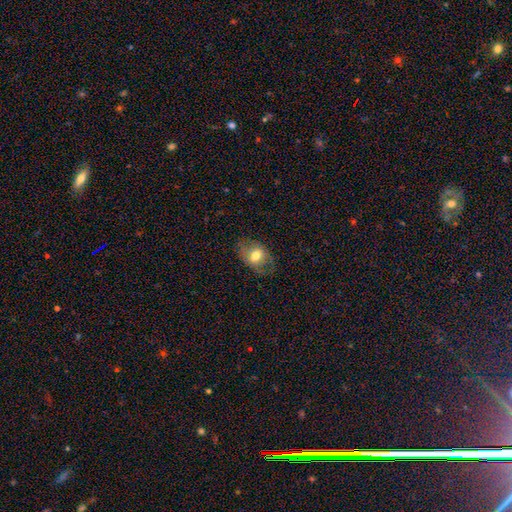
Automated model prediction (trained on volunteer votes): Smooth or featured? Predicted: smooth (p=0.64). How rounded? Predicted: in between (p=0.69). Merging? Predicted: none (p=0.73).